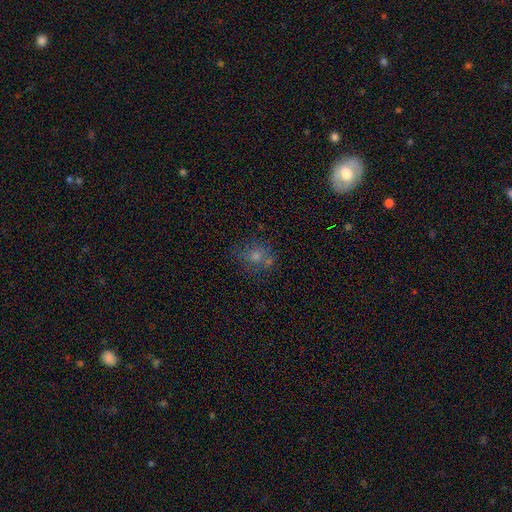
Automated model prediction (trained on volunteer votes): This appears to be a smooth galaxy with no disk features (55%) that is round (75%). Merging: none (63%).